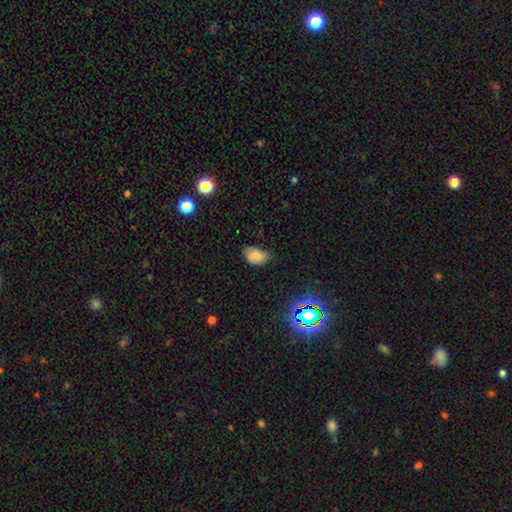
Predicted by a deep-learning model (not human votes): This is likely a smooth galaxy (77%). How rounded: clearly in between (85%). Merging: possibly none (54%).